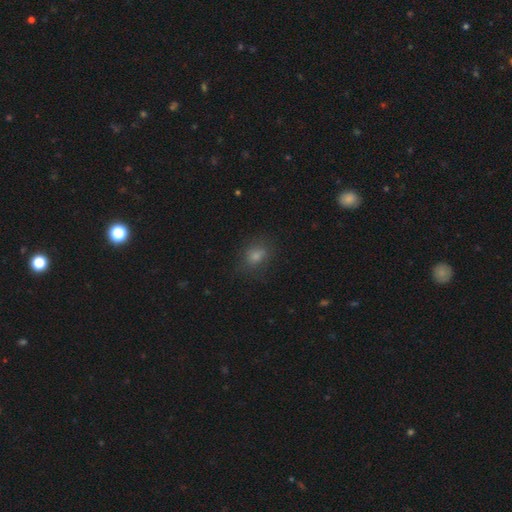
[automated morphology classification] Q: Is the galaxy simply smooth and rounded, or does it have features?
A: smooth — 72%.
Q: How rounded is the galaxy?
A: in between — 52%.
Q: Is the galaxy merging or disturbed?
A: none — 79%.